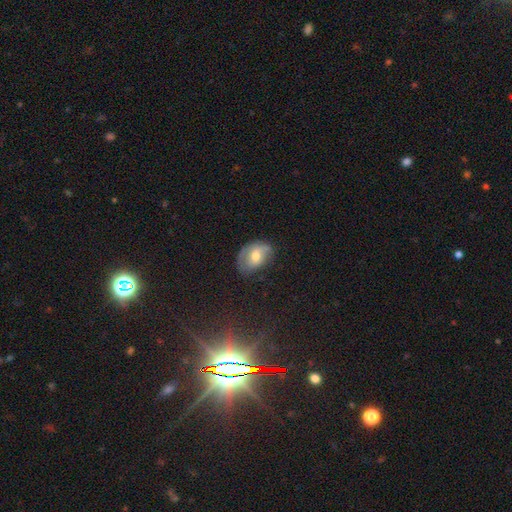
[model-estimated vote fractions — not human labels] Overall: smooth (49%; featured or disk 41%). Merging: none (52%; minor disturbance 33%).